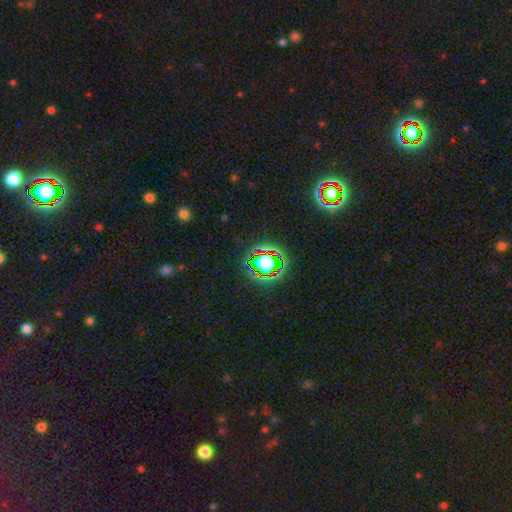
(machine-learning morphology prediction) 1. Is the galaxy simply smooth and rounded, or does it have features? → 75% star or artifact, 16% smooth, 9% featured or disk.